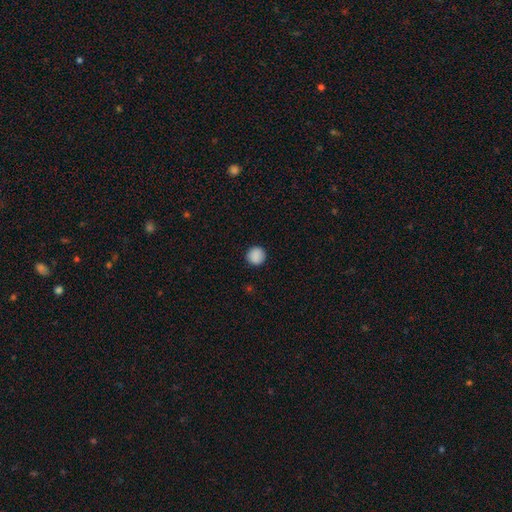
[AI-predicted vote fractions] A smooth galaxy with no disk features (89%) that is round (94%).

Vote fractions:
- Smooth or featured? smooth: 89% / star or artifact: 8% / featured or disk: 3%
- How rounded? round: 94% / in between: 5% / cigar-shaped: 1%
- Merging? none: 91% / minor disturbance: 6% / major disturbance: 2% / merger: 1%